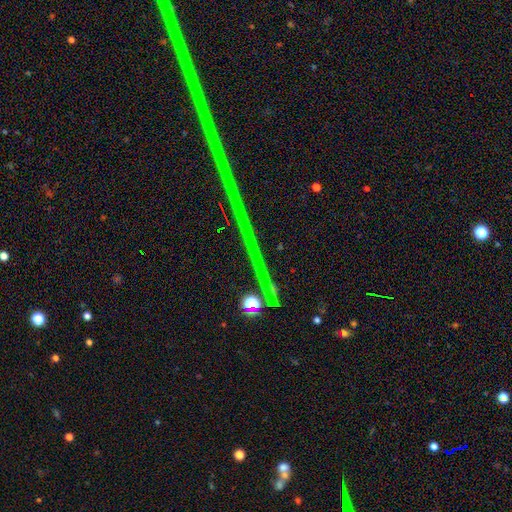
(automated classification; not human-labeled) smooth-or-featured: star or artifact: 88% | featured or disk: 7% | smooth: 5%